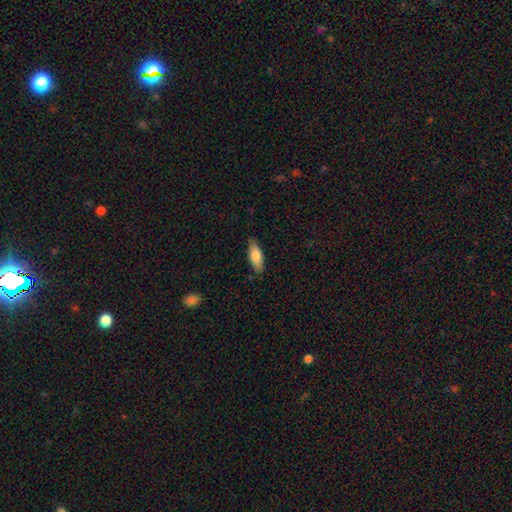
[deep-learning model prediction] Smooth or featured?
  - smooth: 79% *
  - featured or disk: 14%
  - star or artifact: 6%
How rounded?
  - in between: 71% *
  - cigar-shaped: 27%
  - round: 2%
Merging?
  - none: 84% *
  - minor disturbance: 12%
  - major disturbance: 2%
  - merger: 1%